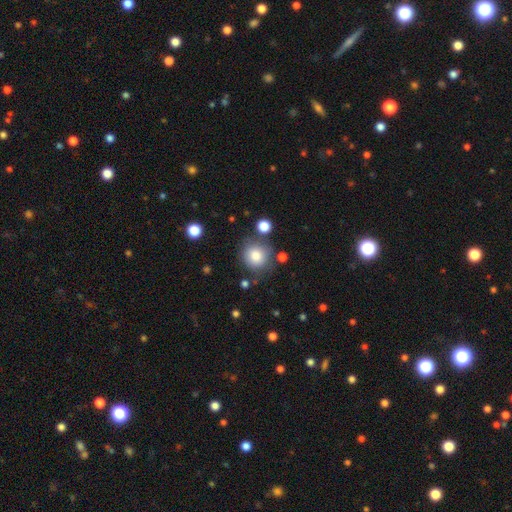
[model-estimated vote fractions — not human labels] Smooth or featured?
  - smooth: 81% *
  - star or artifact: 10%
  - featured or disk: 9%
How rounded?
  - round: 89% *
  - in between: 10%
  - cigar-shaped: 1%
Merging?
  - none: 75% *
  - minor disturbance: 14%
  - merger: 6%
  - major disturbance: 5%